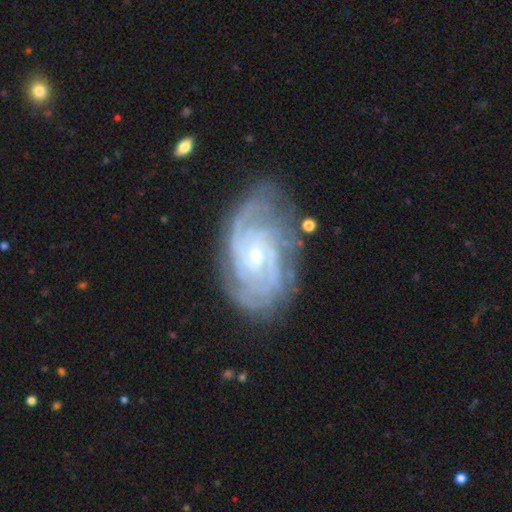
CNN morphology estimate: Smooth or featured? featured or disk (89%)
Edge-on disk? no (96%)
Bar? no (56%)
Spiral arms? yes (98%)
Spiral winding? tight (70%)
Spiral arm count? can't tell (25%)
Bulge size? small (63%)
Merging? none (72%)